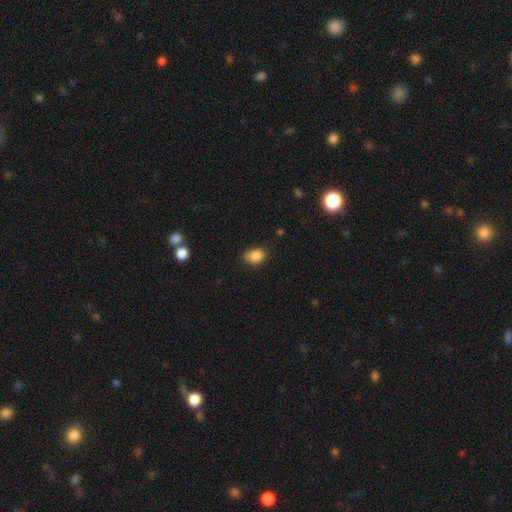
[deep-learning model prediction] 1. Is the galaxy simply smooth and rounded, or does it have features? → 85% smooth, 10% star or artifact, 5% featured or disk.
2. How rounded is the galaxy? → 73% in between, 25% round, 1% cigar-shaped.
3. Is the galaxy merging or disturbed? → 71% none, 24% minor disturbance, 4% major disturbance, 2% merger.